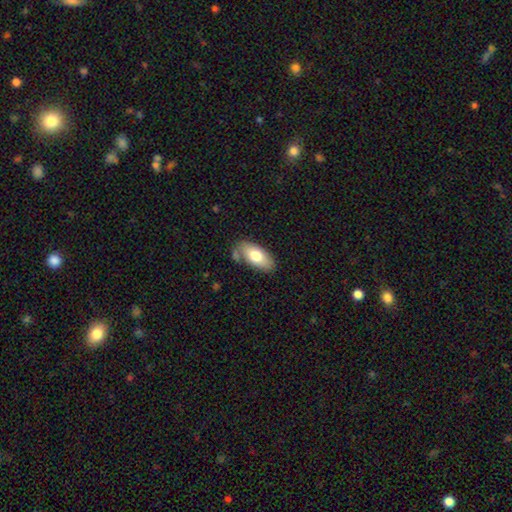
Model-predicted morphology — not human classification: Smooth or featured? Predicted: smooth (p=0.73). How rounded? Predicted: in between (p=0.92). Merging? Predicted: none (p=0.70).